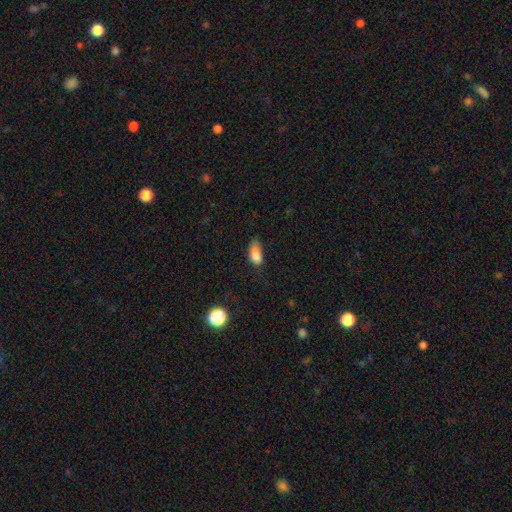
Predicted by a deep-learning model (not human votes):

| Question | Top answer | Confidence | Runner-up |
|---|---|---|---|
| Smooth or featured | smooth | 82% | star or artifact (10%) |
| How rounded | in between | 87% | round (7%) |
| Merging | minor disturbance | 44% | none (35%) |